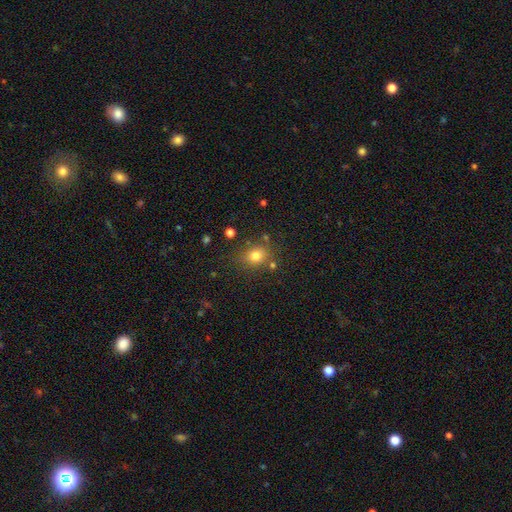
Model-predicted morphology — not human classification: The model was most divided on "how rounded": round: 62%, in between: 37%, cigar-shaped: 1%. More confident: smooth or featured — smooth (77%); merging — none (77%).